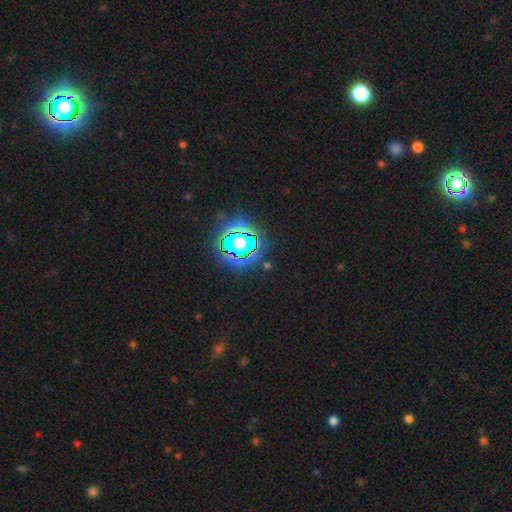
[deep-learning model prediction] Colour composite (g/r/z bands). It shows a star or artifact, not a galaxy (82%).